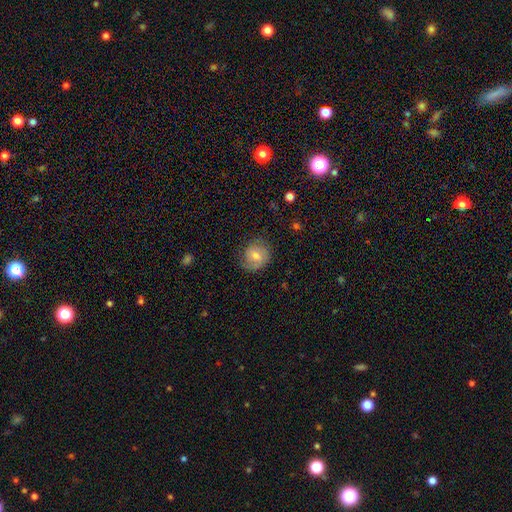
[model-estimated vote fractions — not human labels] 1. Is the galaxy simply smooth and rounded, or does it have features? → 48% smooth, 42% featured or disk, 10% star or artifact.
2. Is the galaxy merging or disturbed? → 73% none, 19% minor disturbance, 7% major disturbance, 1% merger.